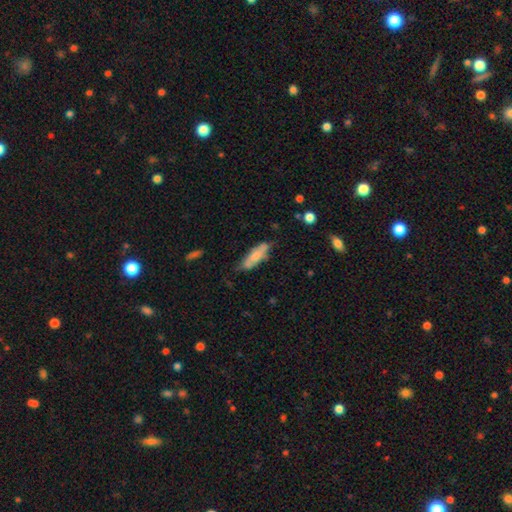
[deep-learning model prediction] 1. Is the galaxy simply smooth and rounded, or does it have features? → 64% smooth, 29% featured or disk, 6% star or artifact.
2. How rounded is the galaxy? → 52% in between, 46% cigar-shaped, 2% round.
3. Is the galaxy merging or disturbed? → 59% none, 29% minor disturbance, 8% major disturbance, 4% merger.